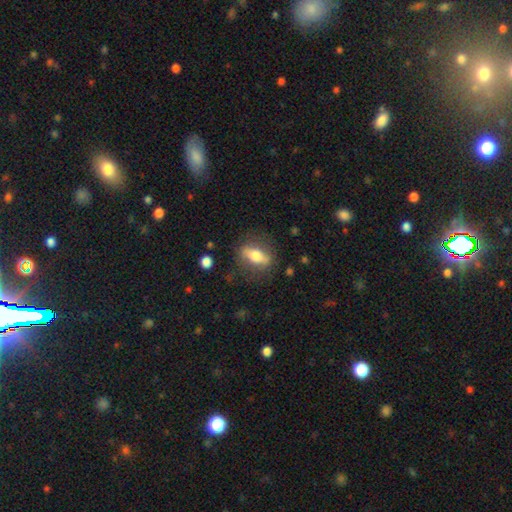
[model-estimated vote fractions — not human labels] Q: Smooth or featured?
A: smooth (57%); runner-up: featured or disk (36%)
Q: How rounded?
A: in between (66%); runner-up: cigar-shaped (26%)
Q: Merging?
A: none (77%); runner-up: minor disturbance (14%)